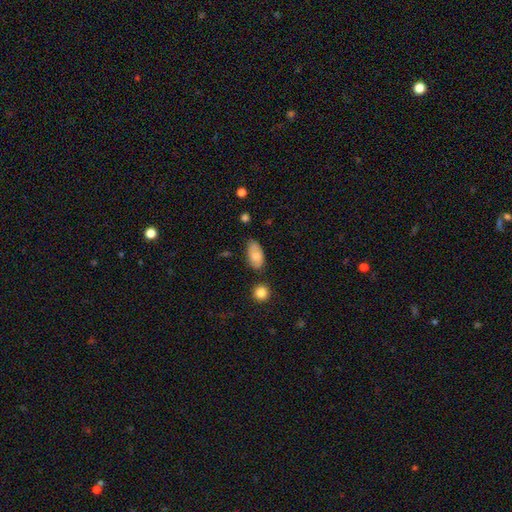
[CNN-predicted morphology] smooth 77%, featured or disk 16%, star or artifact 7%. Down the decision tree: how rounded — in between (93%); merging — none (70%).